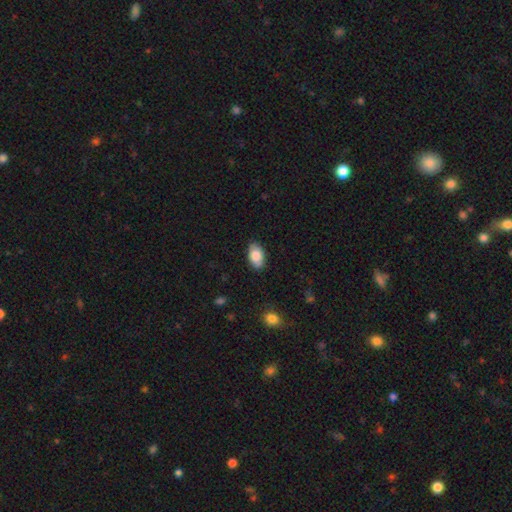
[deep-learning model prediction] A smooth galaxy with no disk features (85%) that is in between round and cigar-shaped (93%). Merging: none (85%).